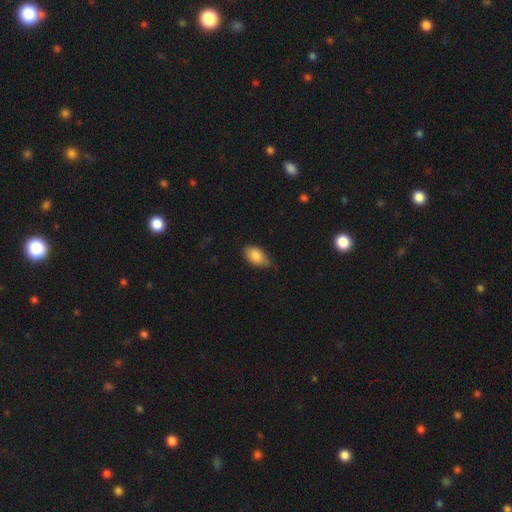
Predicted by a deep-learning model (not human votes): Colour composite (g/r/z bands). It shows a smooth galaxy with no disk features (86%) that is in between round and cigar-shaped (92%). Merging: none (65%).